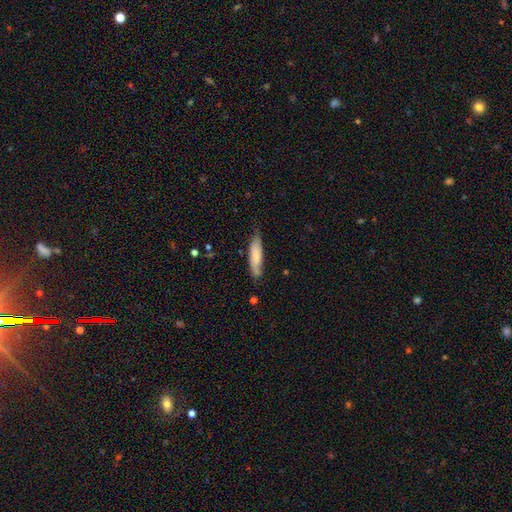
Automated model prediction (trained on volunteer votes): Smooth or featured?
  - smooth: 71% *
  - featured or disk: 23%
  - star or artifact: 6%
How rounded?
  - cigar-shaped: 70% *
  - in between: 29%
  - round: 1%
Merging?
  - none: 69% *
  - minor disturbance: 24%
  - major disturbance: 5%
  - merger: 2%